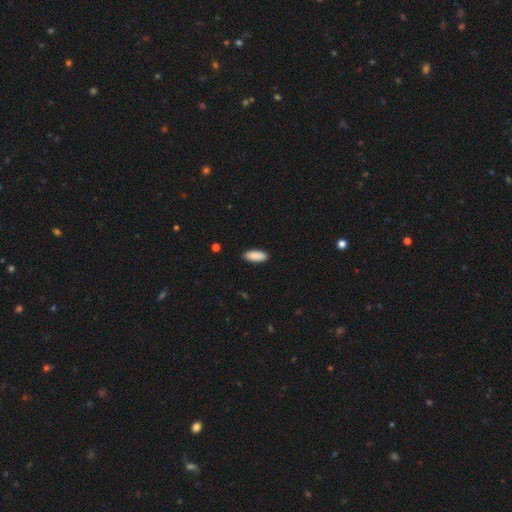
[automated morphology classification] Smooth or featured? Predicted: smooth (p=0.91). How rounded? Predicted: in between (p=0.80). Merging? Predicted: none (p=0.90).